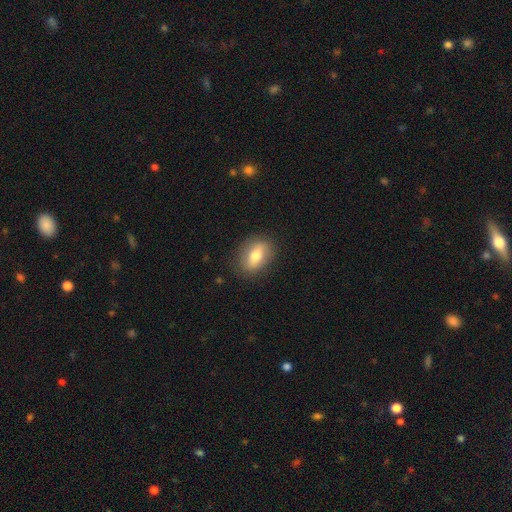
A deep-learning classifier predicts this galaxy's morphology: smooth-or-featured: smooth: 61% | featured or disk: 32% | star or artifact: 7%
  how-rounded: in between: 71% | round: 23% | cigar-shaped: 5%
  merging: none: 85% | minor disturbance: 11% | major disturbance: 3% | merger: 1%